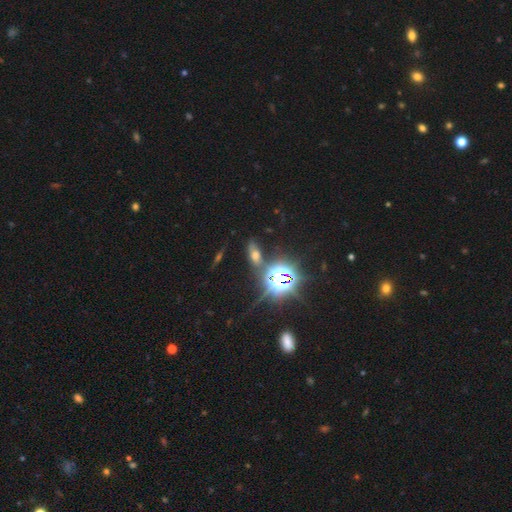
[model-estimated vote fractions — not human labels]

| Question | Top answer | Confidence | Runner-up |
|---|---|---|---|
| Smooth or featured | star or artifact | 54% | smooth (29%) |